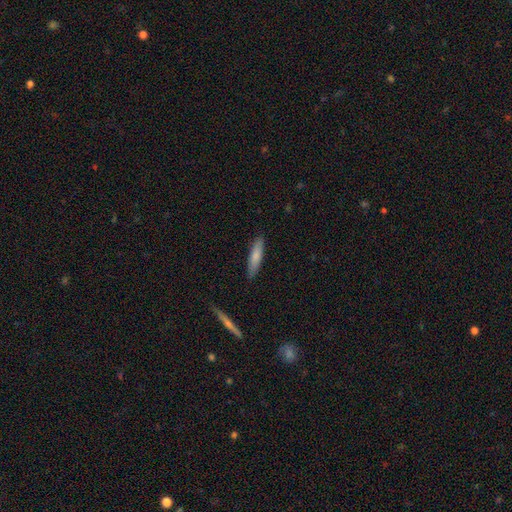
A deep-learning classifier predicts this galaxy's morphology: This appears to be a smooth galaxy with no disk features (77%) that is cigar-shaped (79%). Merging: none (87%).